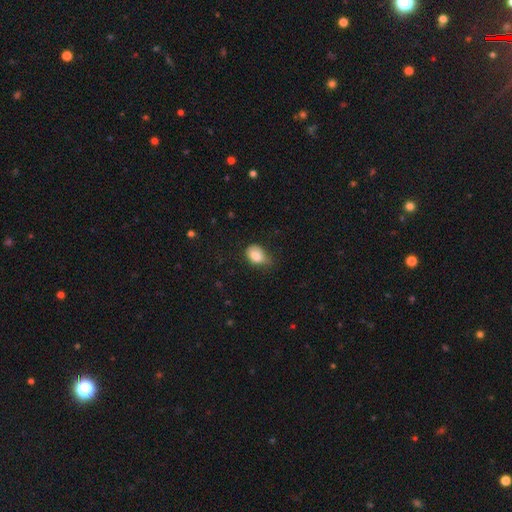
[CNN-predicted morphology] Smooth or featured? Predicted: smooth (p=0.82). How rounded? Predicted: in between (p=0.77). Merging? Predicted: minor disturbance (p=0.44).